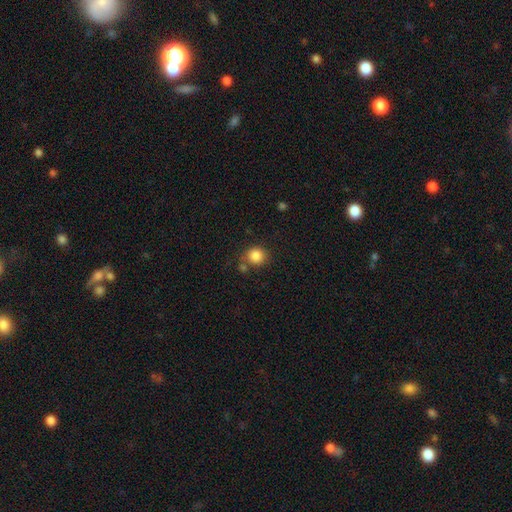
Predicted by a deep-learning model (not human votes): Smooth or featured? Predicted: smooth (p=0.85). How rounded? Predicted: round (p=0.86). Merging? Predicted: none (p=0.68).